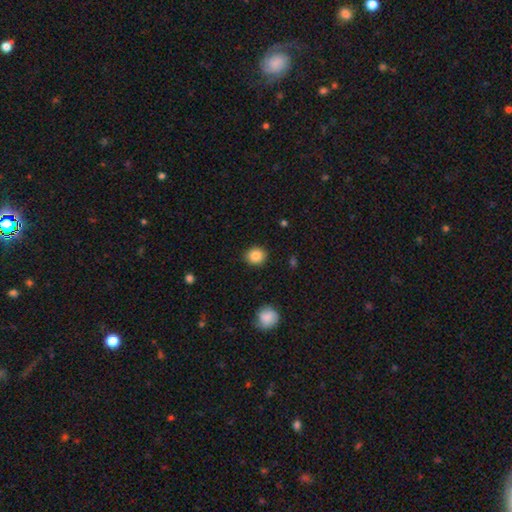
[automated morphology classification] Smooth or featured: smooth — 87% (star or artifact — 9%)
How rounded: round — 81% (in between — 18%)
Merging: none — 89% (minor disturbance — 8%)